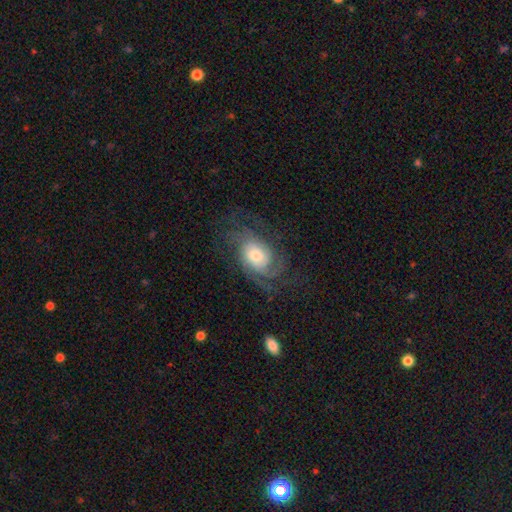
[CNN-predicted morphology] featured or disk 80%, smooth 13%, star or artifact 7%. Down the decision tree: edge-on disk — no (96%); bar — no (70%); spiral arms — yes (94%); spiral arm count — can't tell (29%); spiral winding — tight (43%); bulge size — moderate (57%); merging — none (64%).